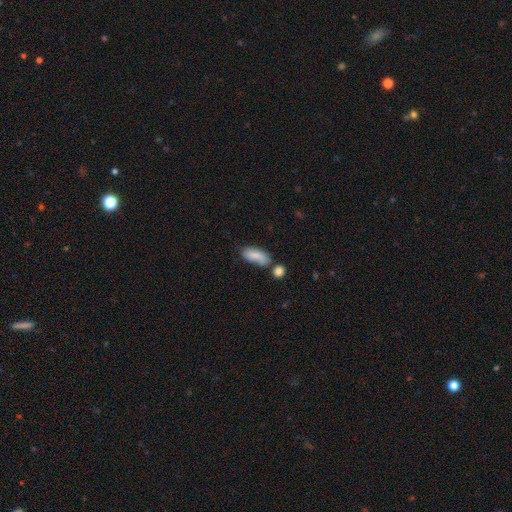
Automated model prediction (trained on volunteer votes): Smooth or featured: smooth — 79% (featured or disk — 14%)
How rounded: in between — 85% (cigar-shaped — 12%)
Merging: none — 53% (minor disturbance — 23%)